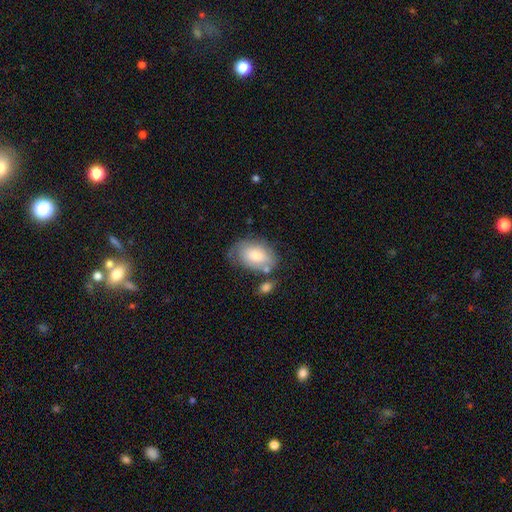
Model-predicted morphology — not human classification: Q: Smooth or featured?
A: smooth (71%); runner-up: featured or disk (22%)
Q: How rounded?
A: in between (86%); runner-up: round (12%)
Q: Merging?
A: none (54%); runner-up: minor disturbance (25%)